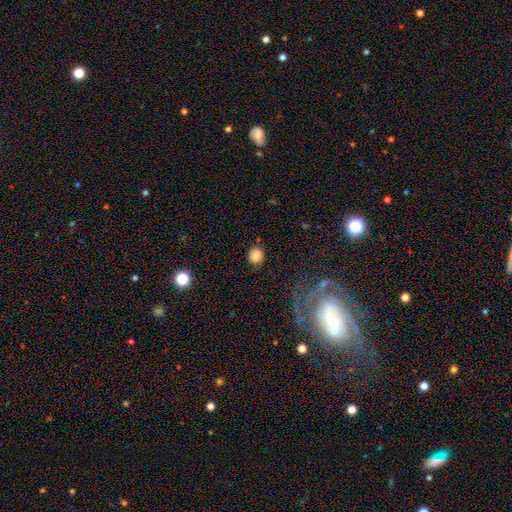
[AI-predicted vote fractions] This is clearly a smooth galaxy (84%). How rounded: likely round (69%). Merging: likely none (79%).